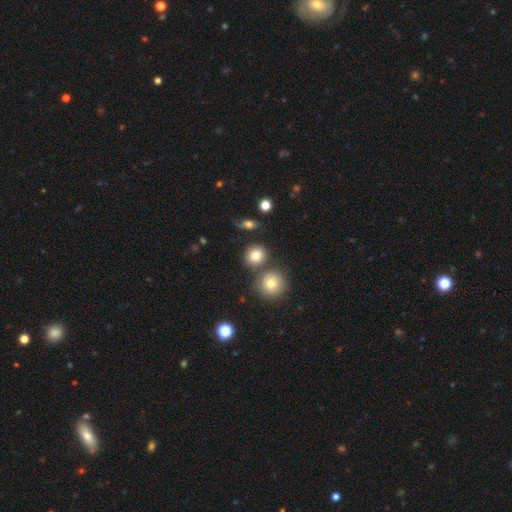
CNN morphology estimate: smooth 80%, star or artifact 11%, featured or disk 9%. Down the decision tree: how rounded — round (78%); merging — none (72%).